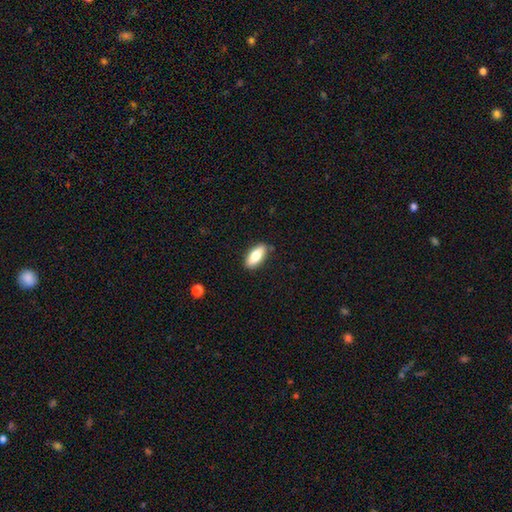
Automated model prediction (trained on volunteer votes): This appears to be a smooth galaxy with no disk features (76%) that is in between round and cigar-shaped (79%). Merging: none (84%).